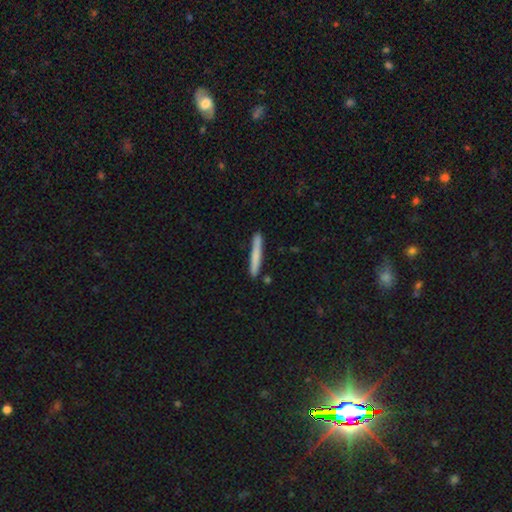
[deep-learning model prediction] Smooth or featured: smooth — 74% (featured or disk — 20%)
How rounded: cigar-shaped — 96% (in between — 2%)
Merging: none — 88% (minor disturbance — 8%)